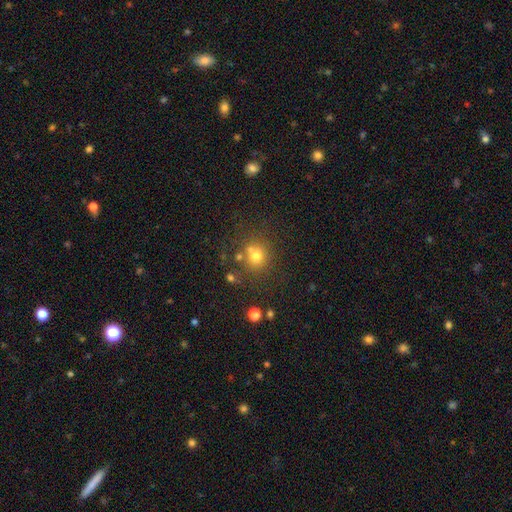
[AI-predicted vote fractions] smooth_or_featured: smooth (p=0.72) [alt: star or artifact p=0.17]
how_rounded: round (p=0.86) [alt: in between p=0.14]
merging: none (p=0.66) [alt: merger p=0.18]